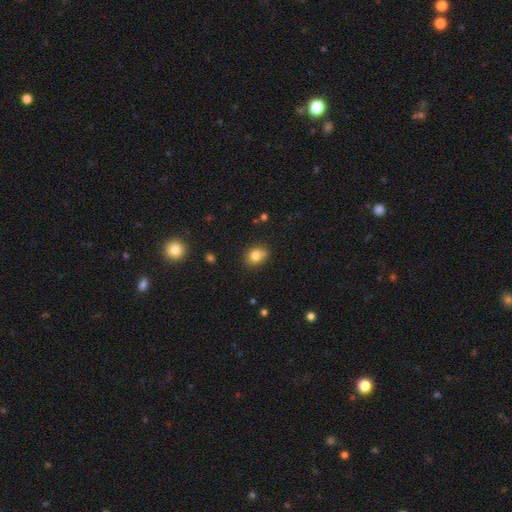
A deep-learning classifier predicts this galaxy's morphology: smooth_or_featured: smooth (p=0.80) [alt: star or artifact p=0.11]
how_rounded: in between (p=0.54) [alt: round p=0.45]
merging: none (p=0.72) [alt: minor disturbance p=0.20]